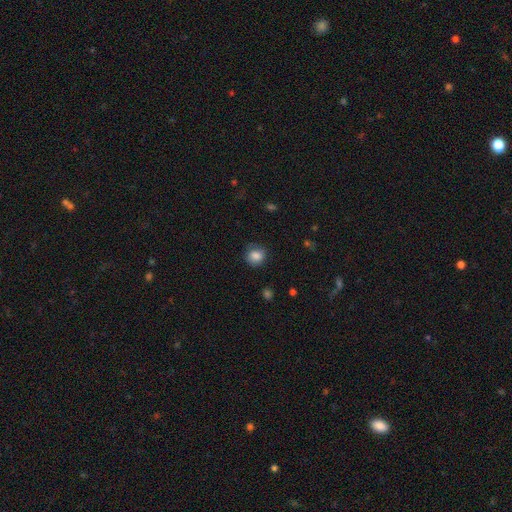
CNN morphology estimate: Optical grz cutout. It shows a smooth galaxy with no disk features (84%) that is round (79%). Merging: none (76%).